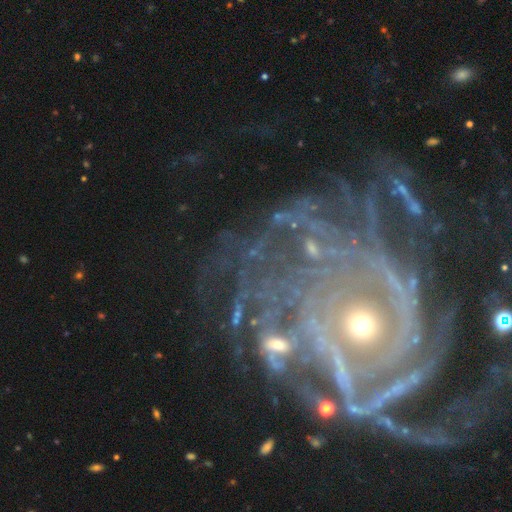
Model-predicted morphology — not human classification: Smooth or featured?
  - featured or disk: 83% *
  - star or artifact: 12%
  - smooth: 5%
Edge-on disk?
  - no: 97% *
  - yes: 3%
Bar?
  - no: 76% *
  - weak: 15%
  - strong: 9%
Spiral arms?
  - yes: 90% *
  - no: 10%
Spiral winding?
  - tight: 73% *
  - medium: 20%
  - loose: 7%
Spiral arm count?
  - can't tell: 29% *
  - more than 4: 26%
  - 4: 13%
  - 3: 12%
  - 2: 12%
  - 1: 9%
Bulge size?
  - small: 62% *
  - moderate: 32%
  - large: 3%
  - none: 2%
  - dominant: 2%
Merging?
  - none: 54% *
  - major disturbance: 23%
  - minor disturbance: 17%
  - merger: 6%